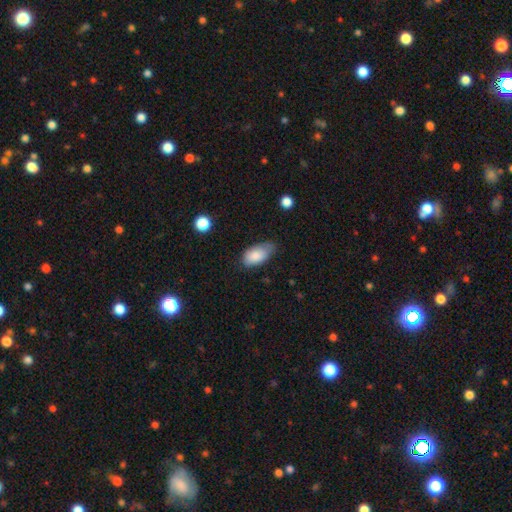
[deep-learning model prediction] Q: Smooth or featured?
A: smooth (84%); runner-up: featured or disk (9%)
Q: How rounded?
A: in between (93%); runner-up: round (4%)
Q: Merging?
A: none (53%); runner-up: minor disturbance (37%)